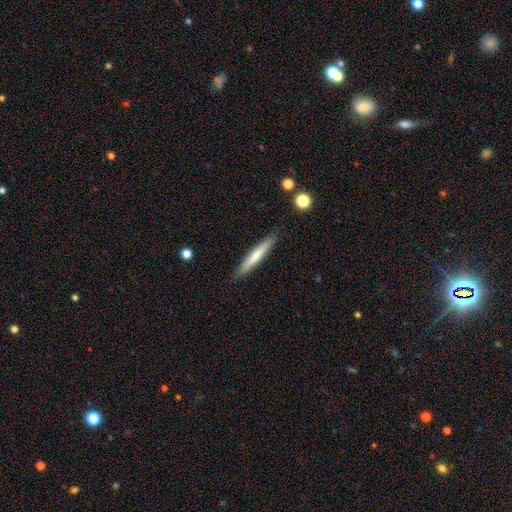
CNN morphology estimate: smooth-or-featured: smooth: 62% | featured or disk: 33% | star or artifact: 6%
  how-rounded: cigar-shaped: 94% | in between: 4% | round: 1%
  merging: none: 88% | minor disturbance: 9% | major disturbance: 2% | merger: 1%